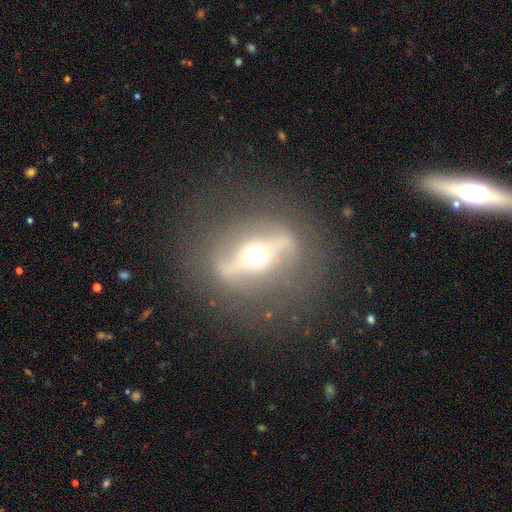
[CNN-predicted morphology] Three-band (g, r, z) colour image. It shows a featured or disk galaxy (77%). Merging: none (77%).